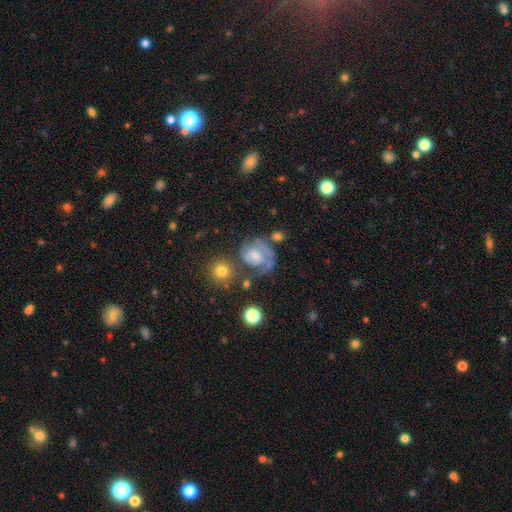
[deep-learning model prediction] Morphology: type=featured or disk (62%); edge-on=no (98%); bar=no (54%); spiral arms=yes (82%); bulge=moderate (39%); merging=none (42%).